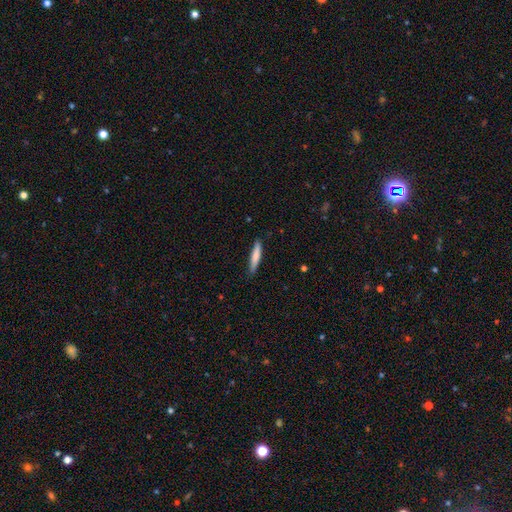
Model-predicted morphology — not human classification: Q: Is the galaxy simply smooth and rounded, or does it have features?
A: smooth — 76%.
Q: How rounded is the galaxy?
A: cigar-shaped — 90%.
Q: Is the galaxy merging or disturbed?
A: none — 87%.